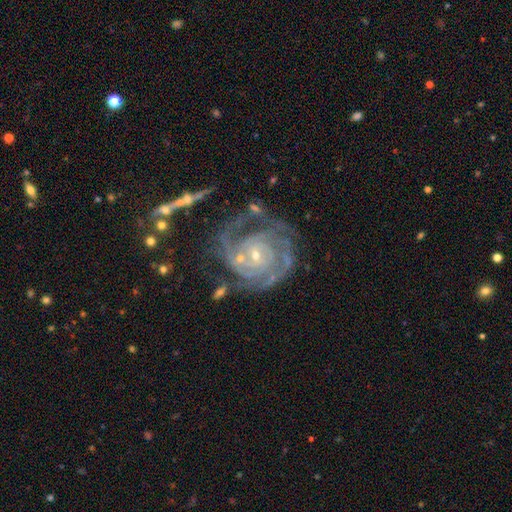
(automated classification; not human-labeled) A featured or disk galaxy (90%) with no bar (67%), 3 (27%) tight (74%) spiral arms (97%) and a small central bulge (78%). Merging: none (50%).